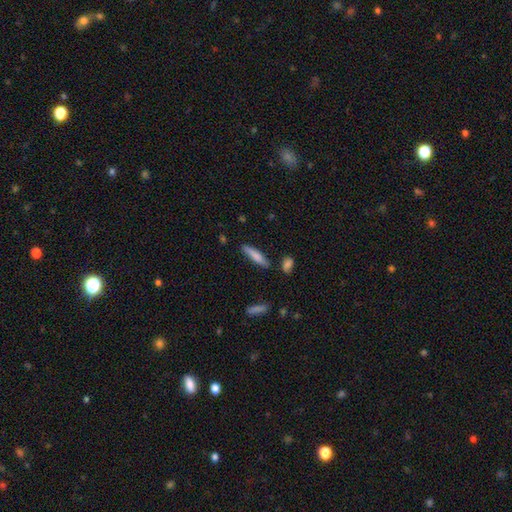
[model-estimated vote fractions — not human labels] Smooth or featured: smooth — 75% (featured or disk — 19%)
How rounded: cigar-shaped — 82% (in between — 16%)
Merging: none — 78% (minor disturbance — 15%)